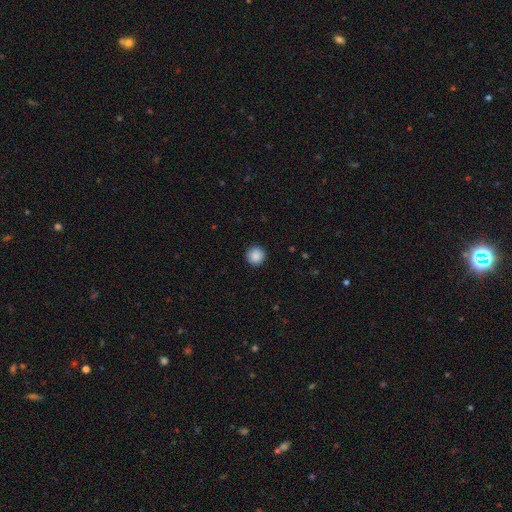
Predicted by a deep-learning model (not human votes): The model was most divided on "smooth or featured": smooth: 88%, star or artifact: 9%, featured or disk: 3%. More confident: how rounded — round (95%); merging — none (92%).